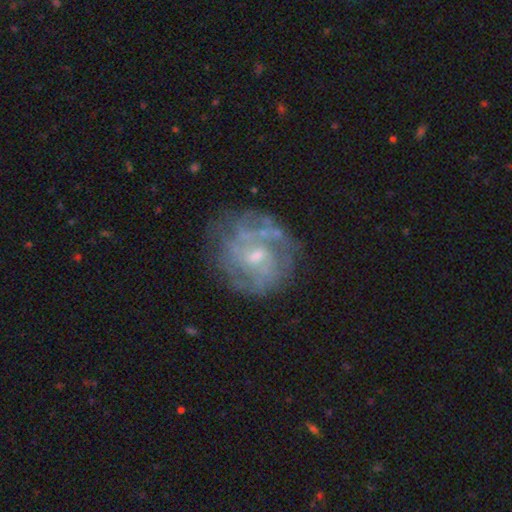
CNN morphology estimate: Q: Smooth or featured?
A: featured or disk (77%); runner-up: smooth (15%)
Q: Edge-on disk?
A: no (98%); runner-up: yes (2%)
Q: Bar?
A: no (50%); runner-up: weak (43%)
Q: Spiral arms?
A: yes (79%); runner-up: no (21%)
Q: Spiral winding?
A: tight (50%); runner-up: medium (36%)
Q: Spiral arm count?
A: can't tell (44%); runner-up: 2 (25%)
Q: Bulge size?
A: small (54%); runner-up: moderate (37%)
Q: Merging?
A: none (69%); runner-up: minor disturbance (18%)